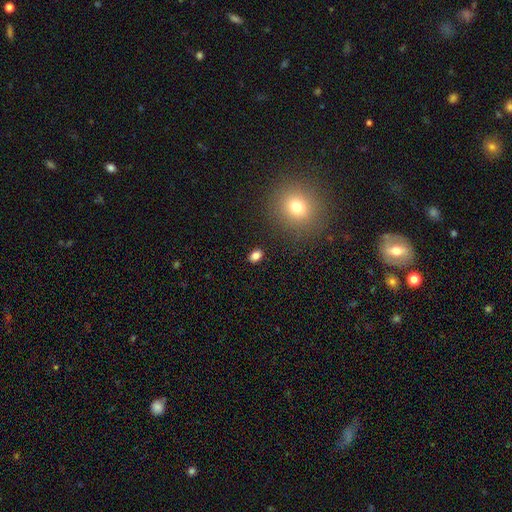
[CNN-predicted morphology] smooth_or_featured: smooth (p=0.81) [alt: star or artifact p=0.13]
how_rounded: in between (p=0.72) [alt: round p=0.26]
merging: none (p=0.86) [alt: minor disturbance p=0.08]